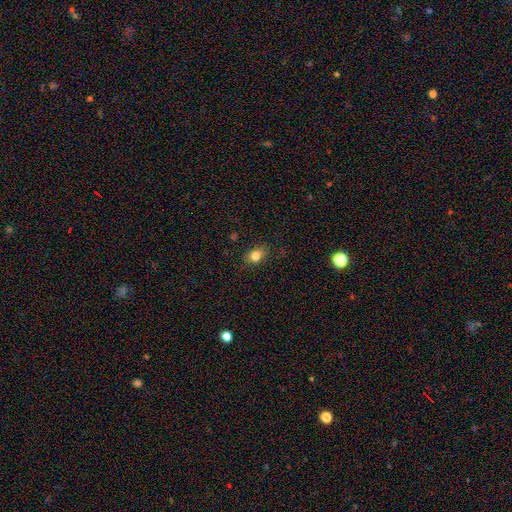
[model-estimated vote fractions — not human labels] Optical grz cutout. It shows a smooth galaxy with no disk features (81%) that is in between round and cigar-shaped (67%). Merging: none (82%).